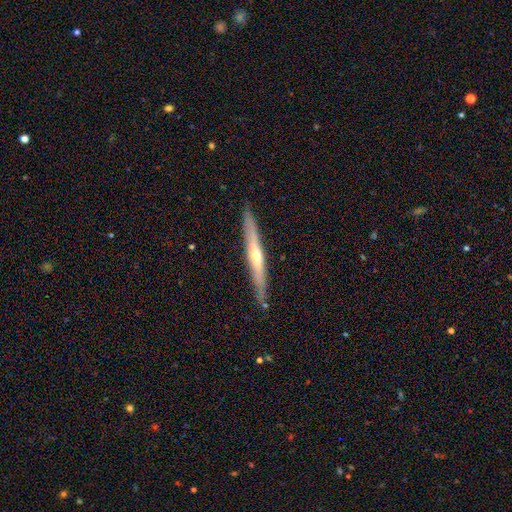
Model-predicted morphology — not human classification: This is likely a featured or disk galaxy (67%). It is clearly viewed edge-on (95%). Edge-on bulge: likely rounded (79%). Merging: clearly none (88%).